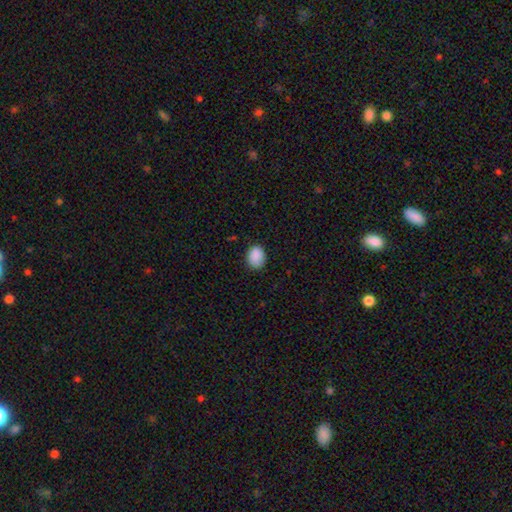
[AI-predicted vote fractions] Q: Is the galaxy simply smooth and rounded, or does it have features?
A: smooth — 89%.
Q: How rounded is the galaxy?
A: in between — 55%.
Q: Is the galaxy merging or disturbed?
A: none — 80%.